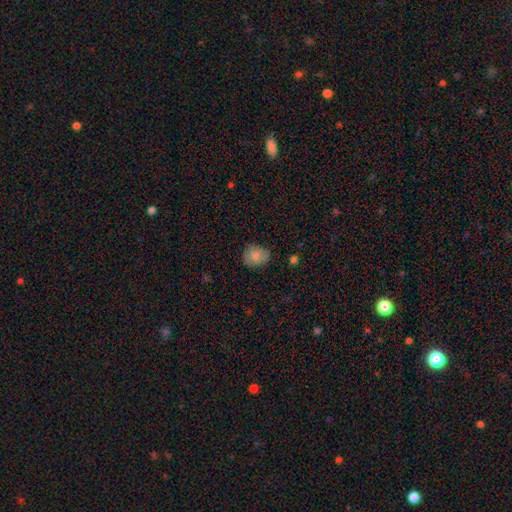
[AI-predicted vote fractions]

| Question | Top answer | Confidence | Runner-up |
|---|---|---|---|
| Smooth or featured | smooth | 81% | featured or disk (11%) |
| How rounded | round | 55% | in between (45%) |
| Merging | none | 71% | minor disturbance (23%) |